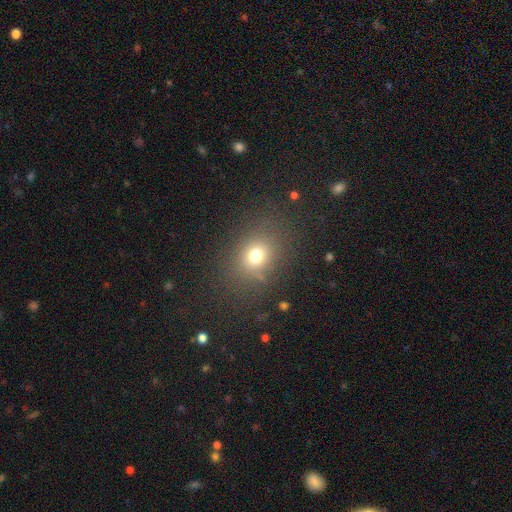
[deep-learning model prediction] smooth_or_featured: smooth (p=0.71) [alt: star or artifact p=0.19]
how_rounded: round (p=0.58) [alt: in between p=0.41]
merging: none (p=0.79) [alt: minor disturbance p=0.12]